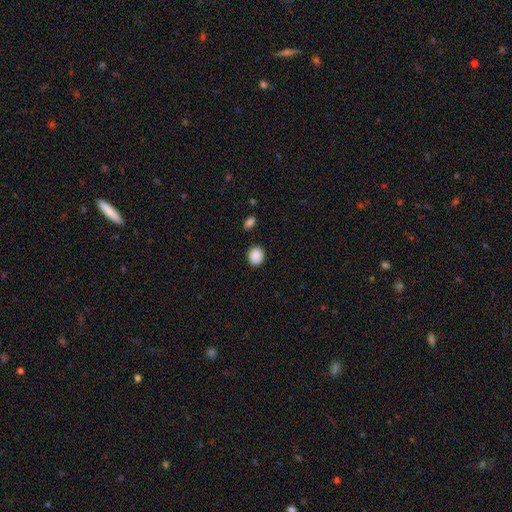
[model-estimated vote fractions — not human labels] Overall: smooth (89%). How rounded: round (64%; in between 35%). Merging: none (86%).